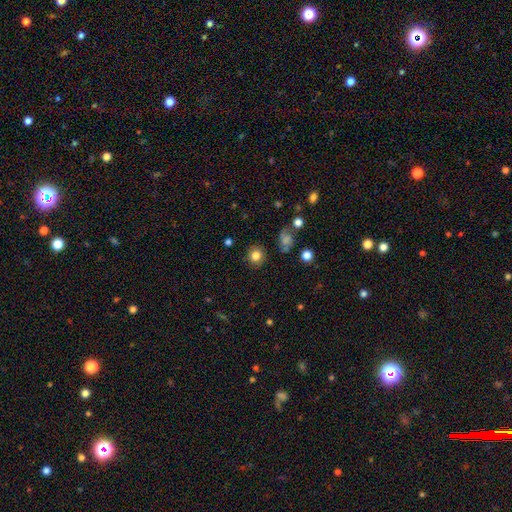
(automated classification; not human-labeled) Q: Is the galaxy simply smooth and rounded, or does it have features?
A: smooth — 82%.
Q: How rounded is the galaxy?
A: round — 88%.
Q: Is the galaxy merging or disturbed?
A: none — 86%.